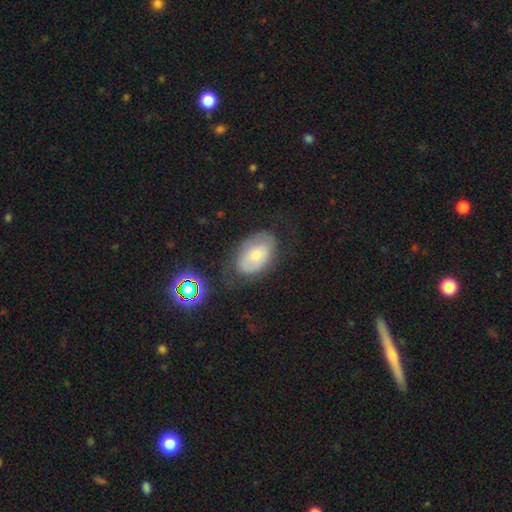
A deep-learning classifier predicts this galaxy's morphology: The model was most divided on "smooth or featured": smooth: 57%, featured or disk: 34%, star or artifact: 9%. More confident: how rounded — in between (86%); merging — none (65%).